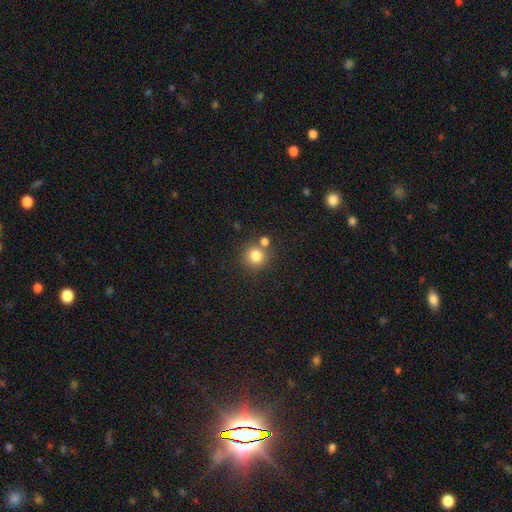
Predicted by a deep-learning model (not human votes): Smooth or featured? Predicted: smooth (p=0.81). How rounded? Predicted: round (p=0.89). Merging? Predicted: none (p=0.68).